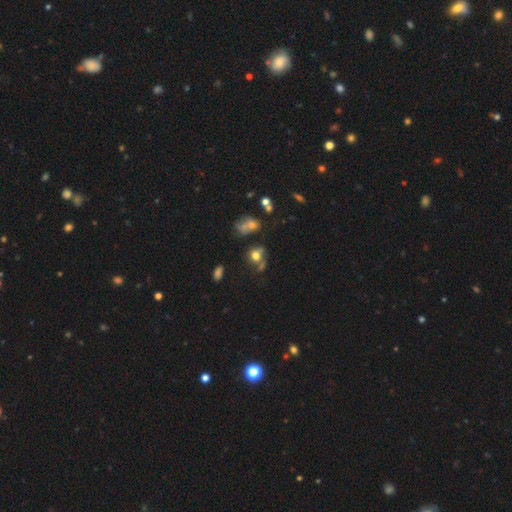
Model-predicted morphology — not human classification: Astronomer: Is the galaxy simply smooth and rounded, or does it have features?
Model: smooth — 66%.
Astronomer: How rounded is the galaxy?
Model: round — 67%.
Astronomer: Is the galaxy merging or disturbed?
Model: none — 41% (runner-up: merger, 21%).